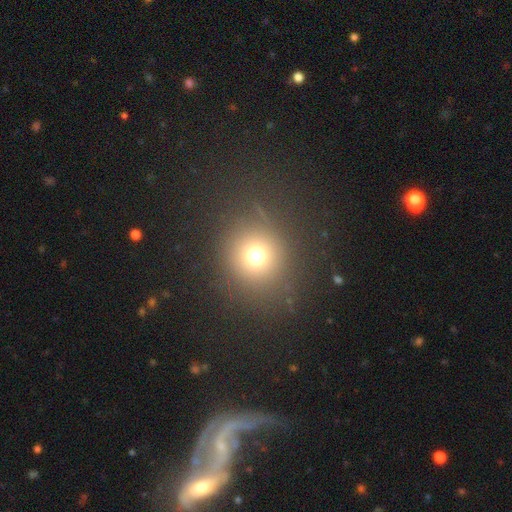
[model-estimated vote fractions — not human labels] smooth-or-featured: smooth: 69% | star or artifact: 22% | featured or disk: 9%
  how-rounded: round: 91% | in between: 8% | cigar-shaped: 1%
  merging: none: 85% | minor disturbance: 7% | major disturbance: 5% | merger: 2%